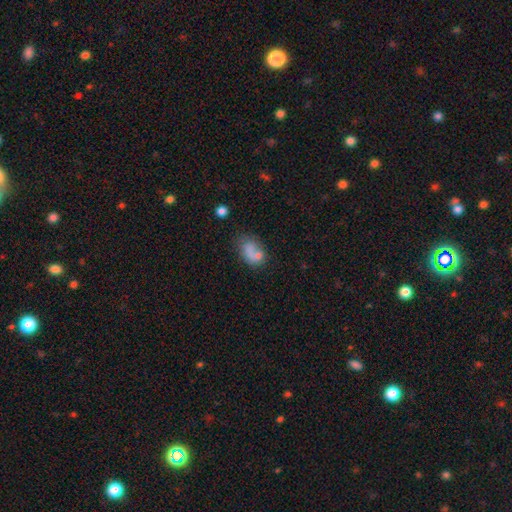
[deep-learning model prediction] Smooth or featured: smooth — 62% (featured or disk — 21%)
How rounded: in between — 78% (round — 19%)
Merging: none — 48% (merger — 21%)